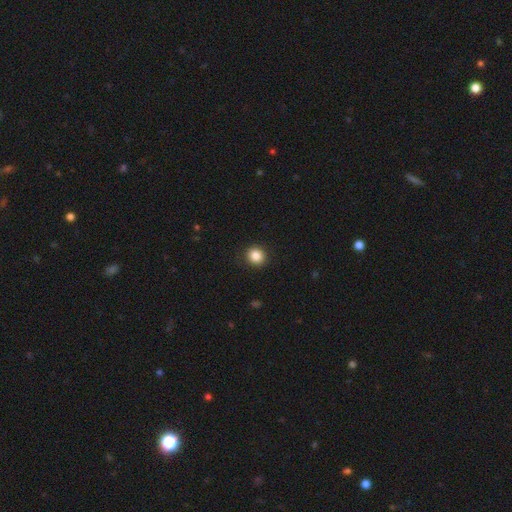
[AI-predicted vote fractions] A smooth galaxy with no disk features (86%) that is round (88%).

Vote fractions:
- Smooth or featured? smooth: 86% / star or artifact: 10% / featured or disk: 4%
- How rounded? round: 88% / in between: 11% / cigar-shaped: 1%
- Merging? none: 91% / minor disturbance: 6% / major disturbance: 2% / merger: 1%